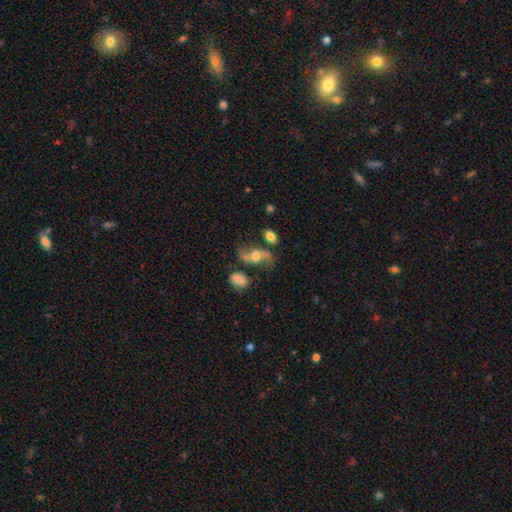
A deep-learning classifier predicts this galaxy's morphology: featured or disk 68%, smooth 23%, star or artifact 9%. Down the decision tree: edge-on disk — no (92%); bar — no (54%); spiral arms — yes (87%); spiral arm count — 2 (92%); spiral winding — loose (83%); bulge size — moderate (57%); merging — none (58%).